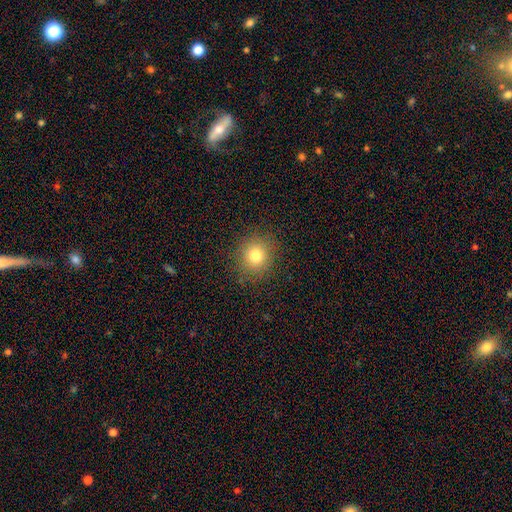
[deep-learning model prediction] Smooth or featured? Predicted: smooth (p=0.78). How rounded? Predicted: round (p=0.85). Merging? Predicted: none (p=0.87).